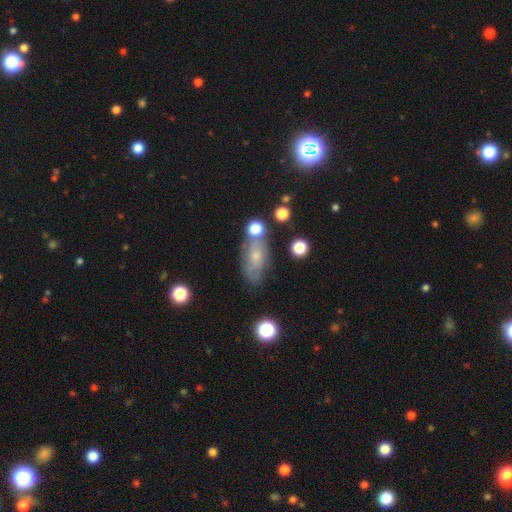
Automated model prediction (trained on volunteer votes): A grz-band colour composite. It shows a smooth galaxy with no disk features (46%). Merging: none (58%).